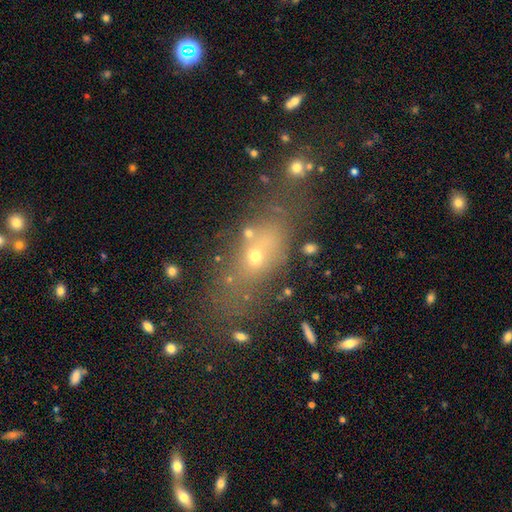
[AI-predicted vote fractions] smooth-or-featured: smooth: 54% | star or artifact: 23% | featured or disk: 23%
  how-rounded: in between: 67% | round: 21% | cigar-shaped: 12%
  merging: none: 54% | minor disturbance: 18% | major disturbance: 14% | merger: 13%